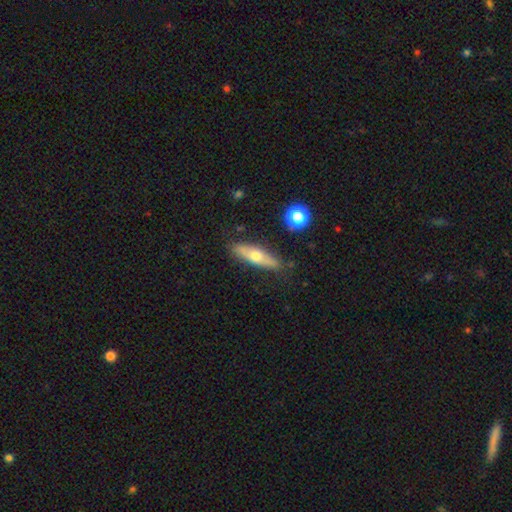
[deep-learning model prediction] This is possibly a smooth galaxy (51%). How rounded: likely cigar-shaped (64%). Merging: clearly none (84%).